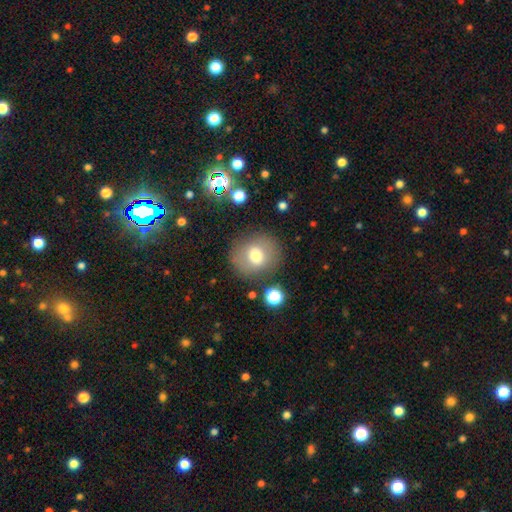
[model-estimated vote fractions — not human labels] A smooth galaxy with no disk features (70%) that is round (80%).

Vote fractions:
- Smooth or featured? smooth: 70% / featured or disk: 19% / star or artifact: 11%
- How rounded? round: 80% / in between: 19% / cigar-shaped: 1%
- Merging? none: 81% / minor disturbance: 11% / major disturbance: 5% / merger: 3%